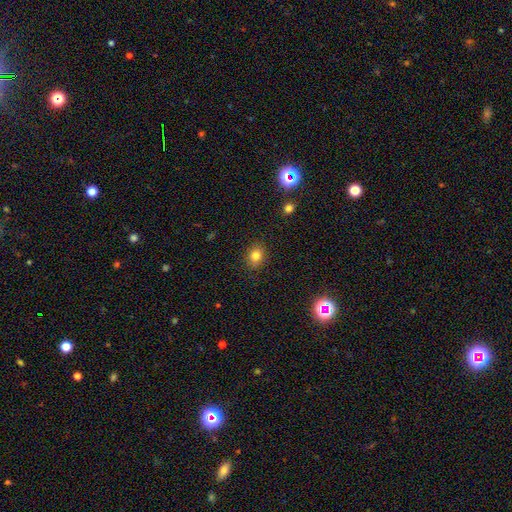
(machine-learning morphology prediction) The model was most divided on "how rounded": round: 55%, in between: 44%, cigar-shaped: 1%. More confident: merging — none (86%); smooth or featured — smooth (80%).